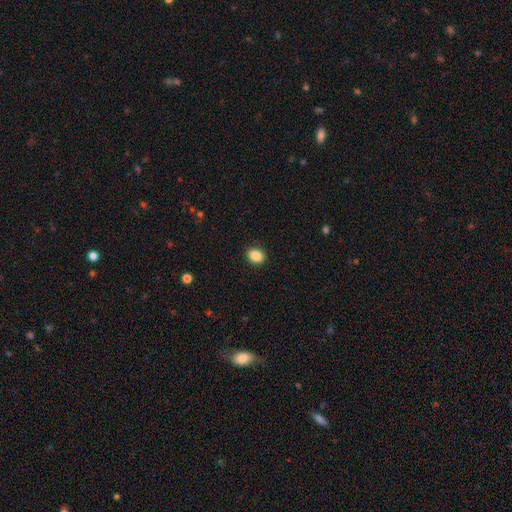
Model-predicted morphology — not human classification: Smooth or featured? Predicted: smooth (p=0.87). How rounded? Predicted: in between (p=0.52). Merging? Predicted: none (p=0.91).